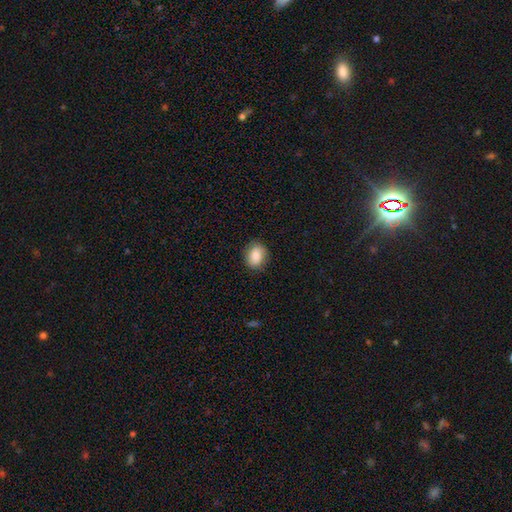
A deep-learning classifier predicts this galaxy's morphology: Overall: smooth (83%). How rounded: in between (53%; round 45%). Merging: none (86%).